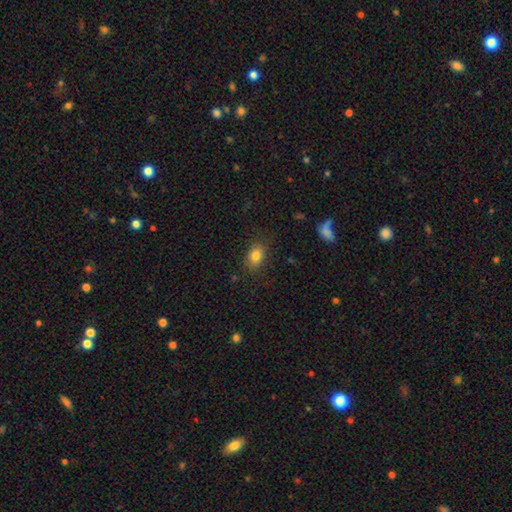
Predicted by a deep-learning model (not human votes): Smooth or featured?
  - smooth: 82% *
  - star or artifact: 10%
  - featured or disk: 8%
How rounded?
  - in between: 73% *
  - round: 25%
  - cigar-shaped: 1%
Merging?
  - none: 83% *
  - minor disturbance: 12%
  - major disturbance: 4%
  - merger: 1%